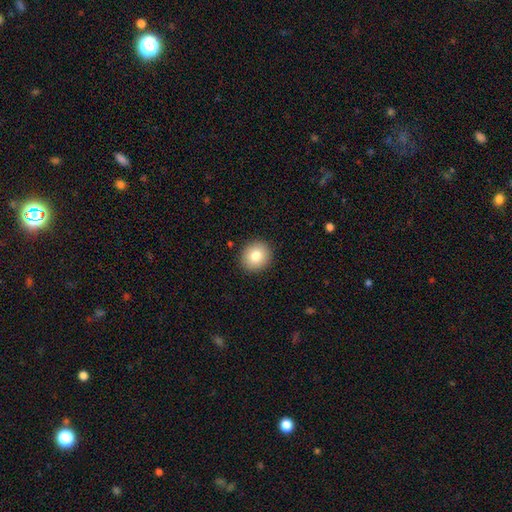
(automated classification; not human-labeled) A smooth galaxy with no disk features (81%) that is round (83%). Merging: none (91%).